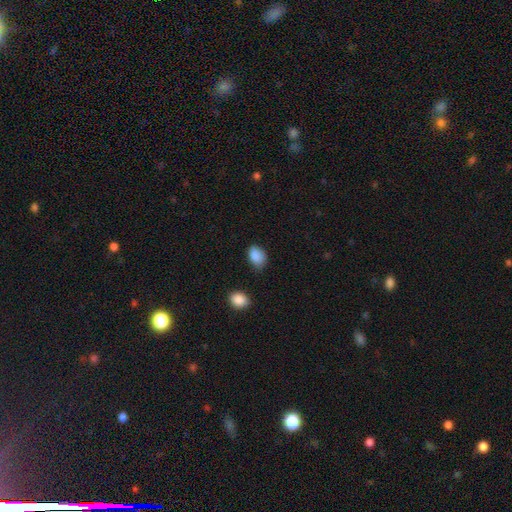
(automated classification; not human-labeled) smooth_or_featured: smooth (p=0.88) [alt: star or artifact p=0.08]
how_rounded: in between (p=0.81) [alt: round p=0.18]
merging: none (p=0.63) [alt: minor disturbance p=0.29]